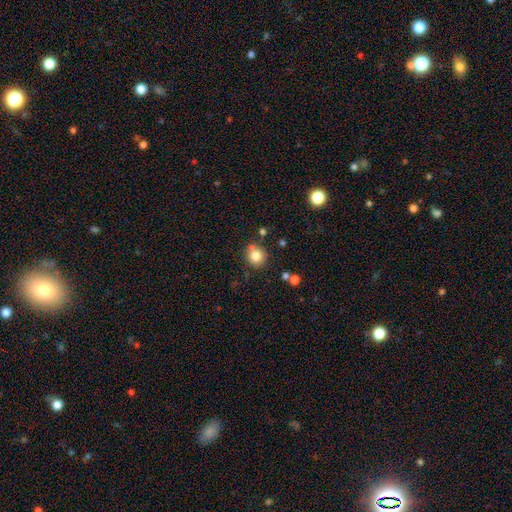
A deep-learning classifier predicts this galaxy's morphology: smooth_or_featured: smooth (p=0.81) [alt: star or artifact p=0.11]
how_rounded: round (p=0.88) [alt: in between p=0.11]
merging: none (p=0.74) [alt: minor disturbance p=0.13]